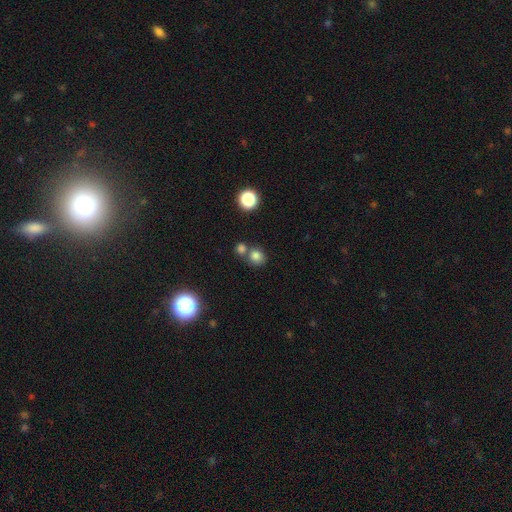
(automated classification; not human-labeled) Overall: smooth (79%). How rounded: round (78%). Merging: none (56%; merger 33%).